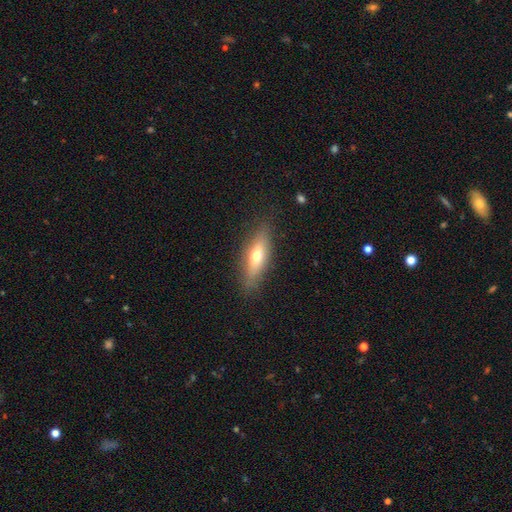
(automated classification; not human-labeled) smooth-or-featured: smooth: 59% | featured or disk: 34% | star or artifact: 7%
  how-rounded: cigar-shaped: 49% | in between: 48% | round: 3%
  merging: none: 84% | minor disturbance: 11% | major disturbance: 3% | merger: 1%